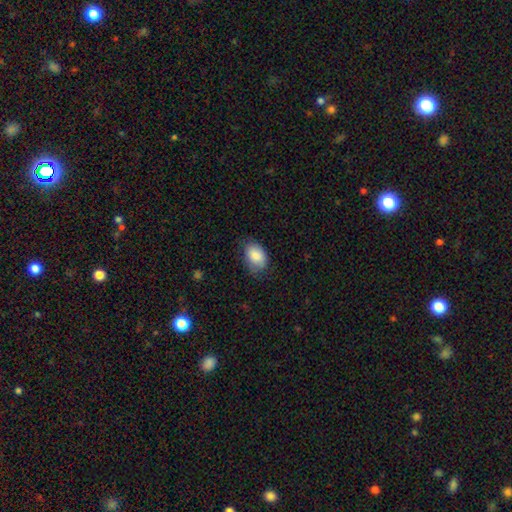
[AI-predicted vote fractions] Smooth or featured? smooth (85%)
How rounded? in between (85%)
Merging? none (69%)